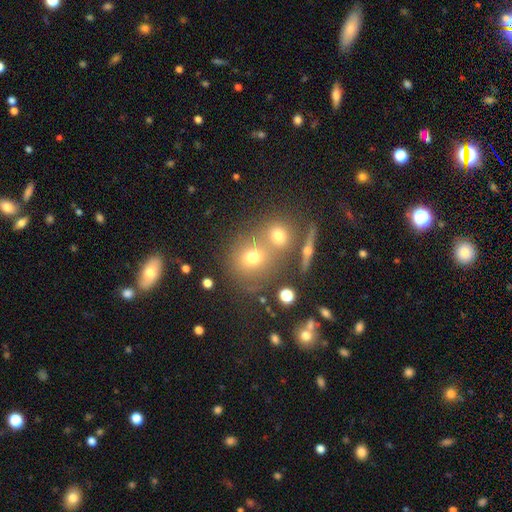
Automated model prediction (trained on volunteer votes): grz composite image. It shows a smooth galaxy with no disk features (56%) that is round (75%). Merging: none (48%).